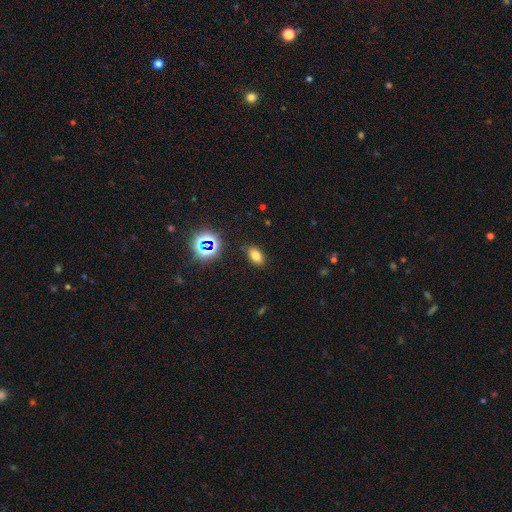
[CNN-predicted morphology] Smooth or featured: smooth — 72% (star or artifact — 19%)
How rounded: in between — 87% (round — 10%)
Merging: none — 83% (minor disturbance — 12%)